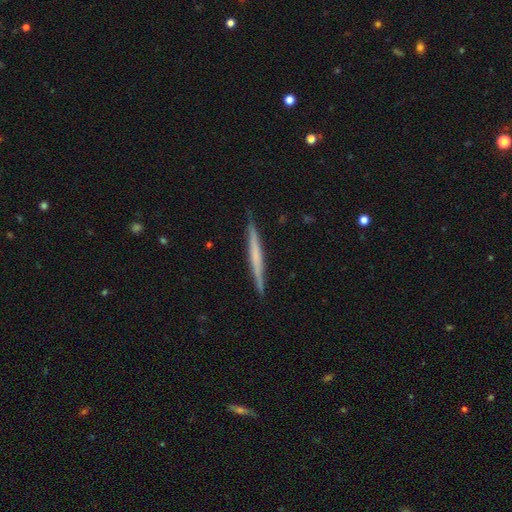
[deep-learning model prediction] This appears to be a featured or disk galaxy (53%) viewed edge-on (98%) with no central bulge (77%). Merging: none (91%).